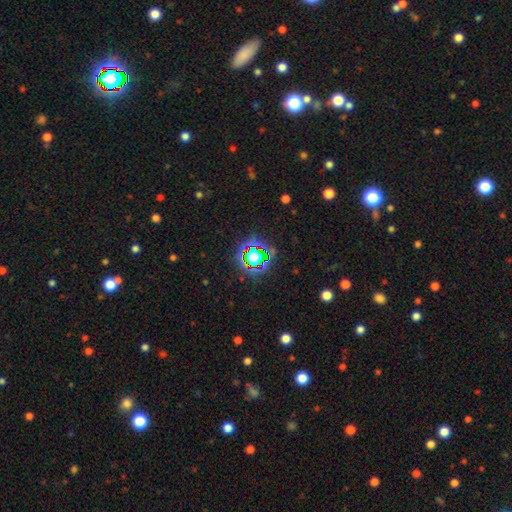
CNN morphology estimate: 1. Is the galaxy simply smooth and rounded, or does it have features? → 63% star or artifact, 25% smooth, 12% featured or disk.